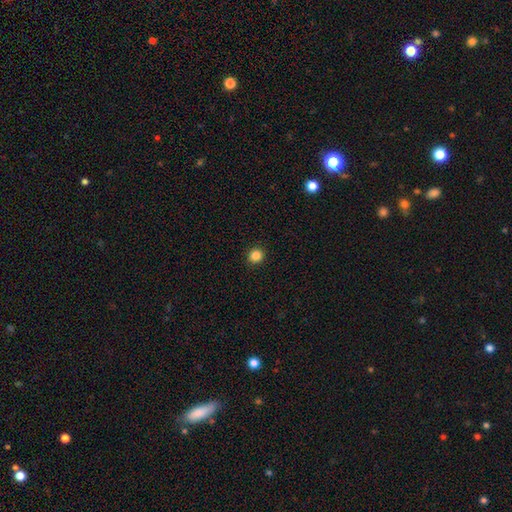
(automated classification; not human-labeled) Morphology: type=smooth (85%); roundness=round (90%); merging=none (92%).